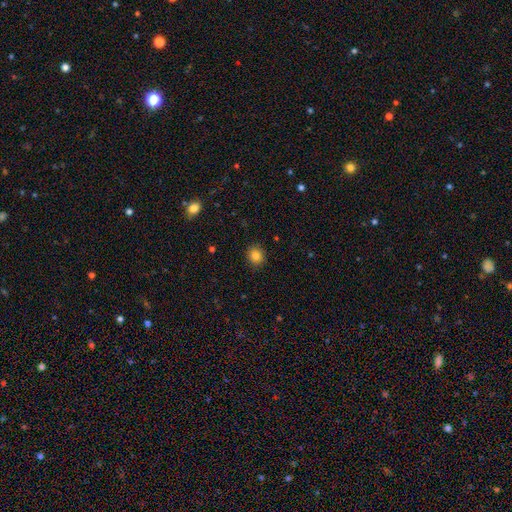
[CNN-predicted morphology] Overall: smooth (84%). How rounded: round (83%). Merging: none (89%).